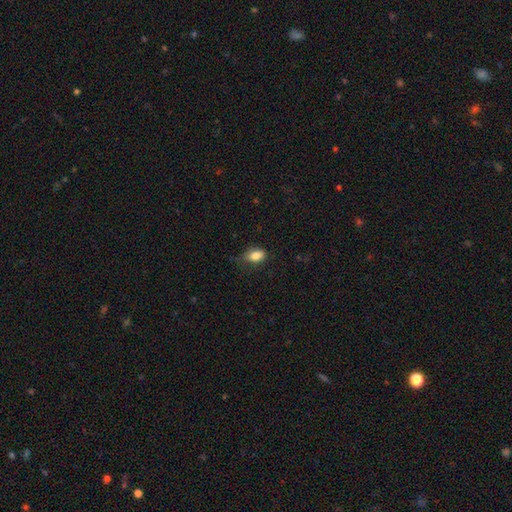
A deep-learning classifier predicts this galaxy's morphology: Smooth or featured?
  - smooth: 84% *
  - star or artifact: 9%
  - featured or disk: 7%
How rounded?
  - in between: 83% *
  - round: 14%
  - cigar-shaped: 2%
Merging?
  - none: 64% *
  - minor disturbance: 28%
  - major disturbance: 7%
  - merger: 1%